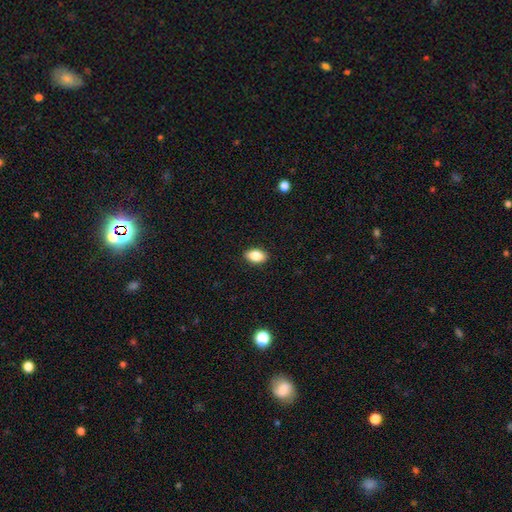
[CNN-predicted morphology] smooth-or-featured: smooth: 85% | star or artifact: 8% | featured or disk: 7%
  how-rounded: in between: 89% | round: 9% | cigar-shaped: 2%
  merging: none: 89% | minor disturbance: 8% | major disturbance: 2% | merger: 1%